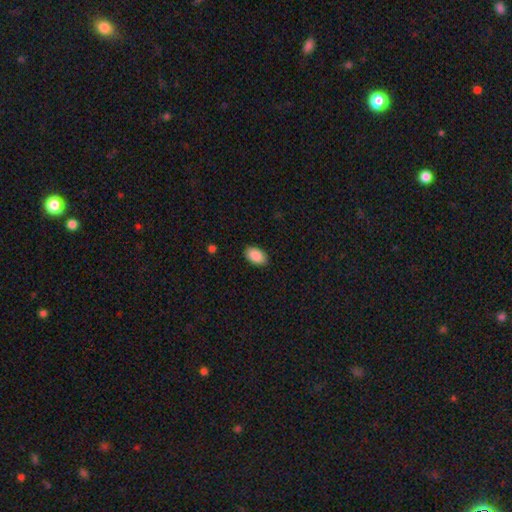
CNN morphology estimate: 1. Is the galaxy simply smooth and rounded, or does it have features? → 90% smooth, 6% star or artifact, 3% featured or disk.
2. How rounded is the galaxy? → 93% in between, 6% round, 1% cigar-shaped.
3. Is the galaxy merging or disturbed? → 88% none, 9% minor disturbance, 2% major disturbance, 1% merger.